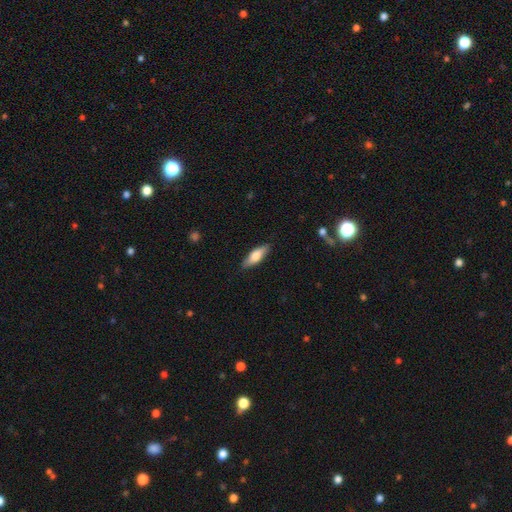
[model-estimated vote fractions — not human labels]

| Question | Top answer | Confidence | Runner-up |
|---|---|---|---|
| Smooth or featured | smooth | 65% | featured or disk (29%) |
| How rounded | in between | 56% | cigar-shaped (42%) |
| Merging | none | 86% | minor disturbance (11%) |